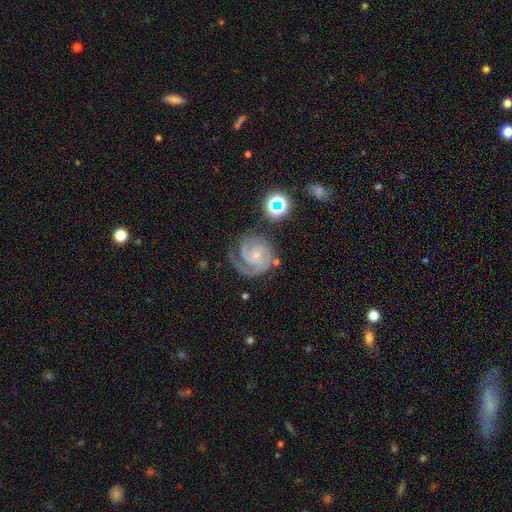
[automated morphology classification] smooth_or_featured: featured or disk (p=0.89) [alt: star or artifact p=0.06]
disk_edge_on: no (p=0.98) [alt: yes p=0.02]
bar: no (p=0.69) [alt: weak p=0.25]
has_spiral_arms: yes (p=0.98) [alt: no p=0.02]
spiral_winding: tight (p=0.70) [alt: medium p=0.27]
spiral_arm_count: 2 (p=0.39) [alt: 3 p=0.37]
bulge_size: small (p=0.73) [alt: moderate p=0.20]
merging: none (p=0.67) [alt: minor disturbance p=0.20]